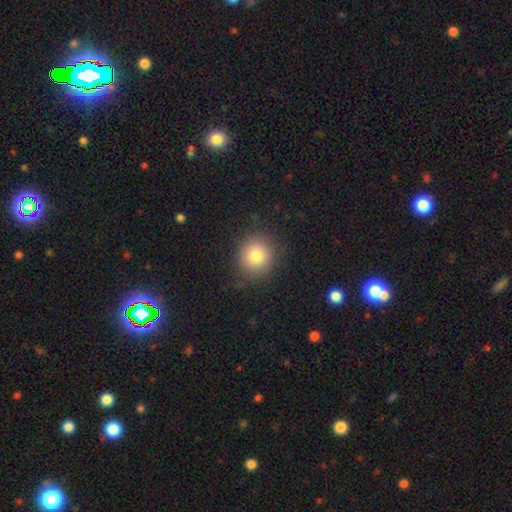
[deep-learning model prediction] This is clearly a smooth galaxy (81%). How rounded: clearly round (89%). Merging: clearly none (84%).